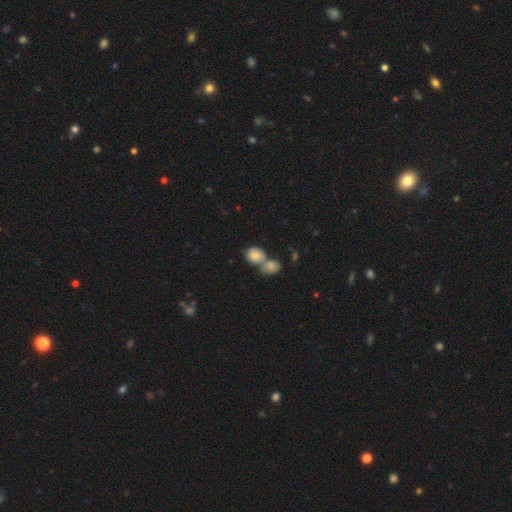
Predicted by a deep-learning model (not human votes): Smooth or featured?
  - smooth: 79% *
  - featured or disk: 13%
  - star or artifact: 8%
How rounded?
  - round: 65% *
  - in between: 33%
  - cigar-shaped: 1%
Merging?
  - merger: 65% *
  - none: 25%
  - minor disturbance: 7%
  - major disturbance: 3%